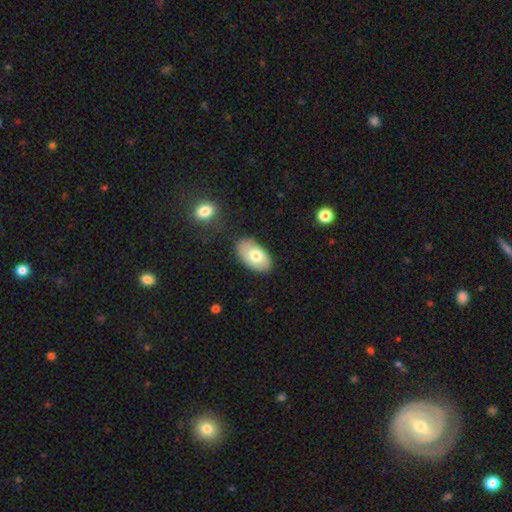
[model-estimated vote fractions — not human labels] Smooth or featured? Predicted: smooth (p=0.72). How rounded? Predicted: in between (p=0.94). Merging? Predicted: none (p=0.76).